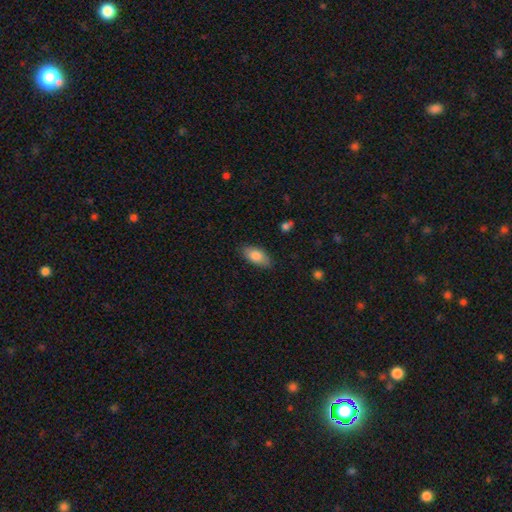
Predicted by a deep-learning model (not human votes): A smooth galaxy with no disk features (81%) that is in between round and cigar-shaped (90%).

Vote fractions:
- Smooth or featured? smooth: 81% / featured or disk: 13% / star or artifact: 7%
- How rounded? in between: 90% / cigar-shaped: 7% / round: 3%
- Merging? none: 83% / minor disturbance: 13% / major disturbance: 3% / merger: 1%